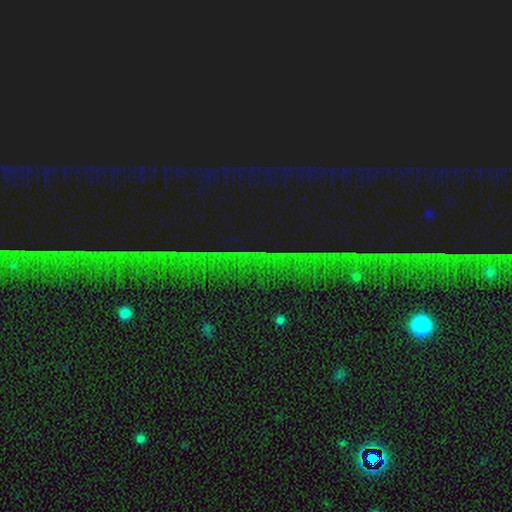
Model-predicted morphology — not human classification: This appears to be a star or artifact, not a galaxy (78%).